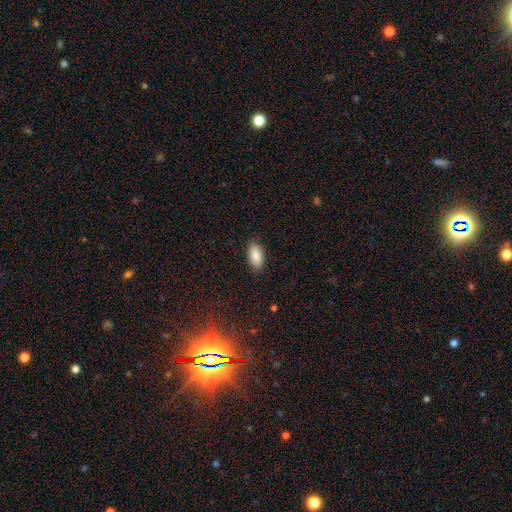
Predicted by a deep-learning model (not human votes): Smooth or featured: smooth — 88% (star or artifact — 7%)
How rounded: in between — 91% (cigar-shaped — 6%)
Merging: none — 88% (minor disturbance — 9%)